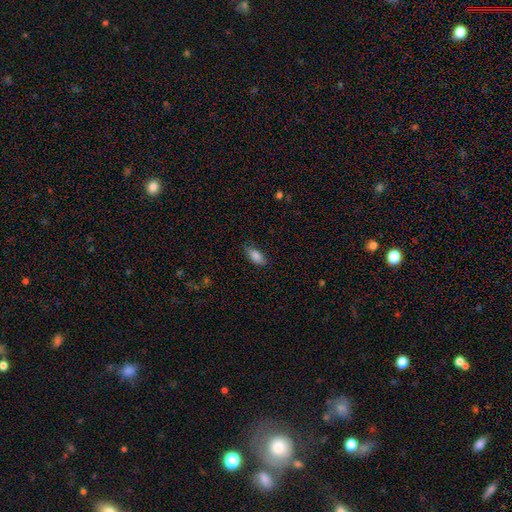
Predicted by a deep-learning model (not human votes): A smooth galaxy with no disk features (84%) that is in between round and cigar-shaped (85%).

Vote fractions:
- Smooth or featured? smooth: 84% / featured or disk: 8% / star or artifact: 7%
- How rounded? in between: 85% / cigar-shaped: 12% / round: 3%
- Merging? none: 81% / minor disturbance: 15% / major disturbance: 3% / merger: 1%